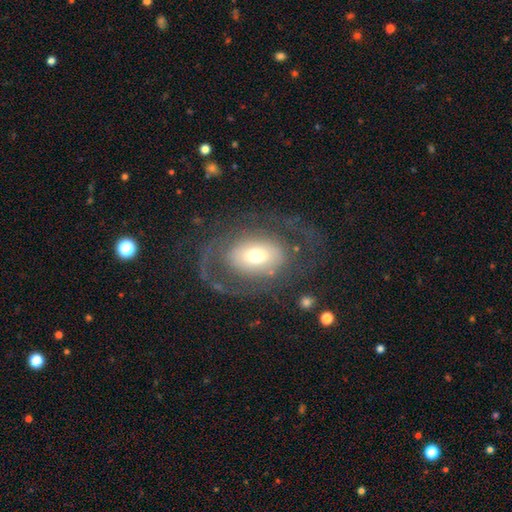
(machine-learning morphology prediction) The model was most divided on "spiral arms": yes: 60%, no: 40%. More confident: edge-on disk — no (94%); bar — no (65%); smooth or featured — featured or disk (61%); bulge size — moderate (59%); merging — none (56%).